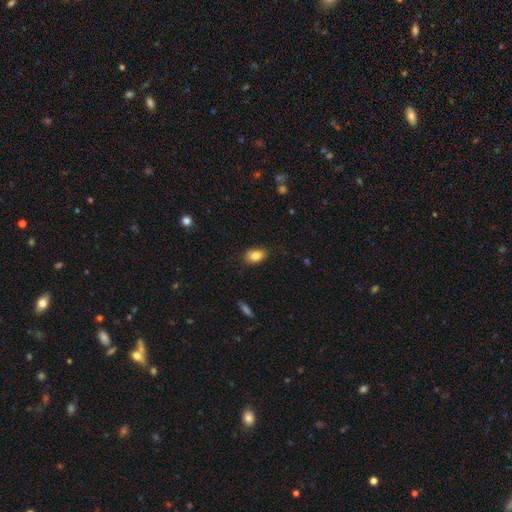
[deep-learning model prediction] smooth_or_featured: smooth (p=0.83) [alt: featured or disk p=0.09]
how_rounded: in between (p=0.87) [alt: round p=0.11]
merging: none (p=0.81) [alt: minor disturbance p=0.15]